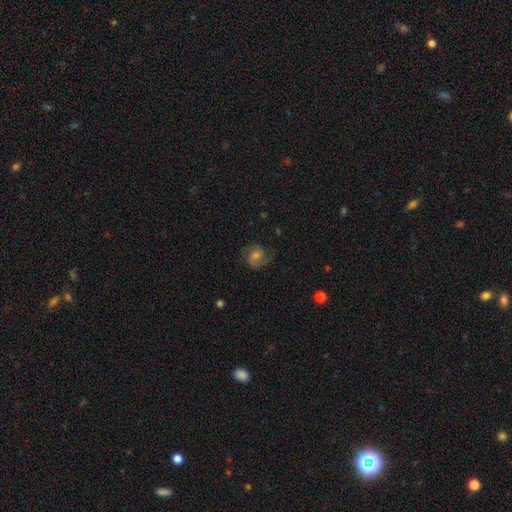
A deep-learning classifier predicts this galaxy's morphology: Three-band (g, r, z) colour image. It shows a featured or disk galaxy (78%) with no bar (52%), 2 (87%) medium (53%) spiral arms (96%) and a moderate central bulge (46%). Merging: none (79%).